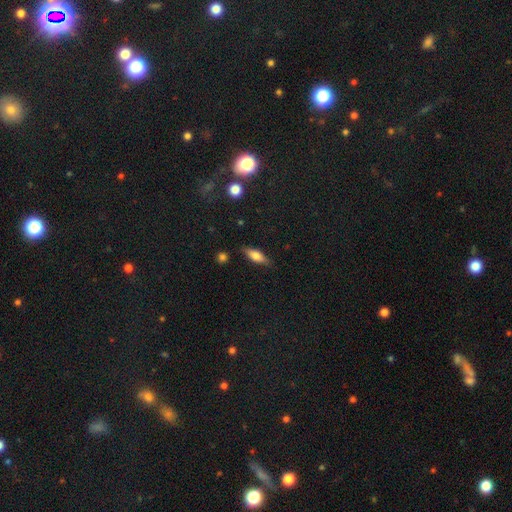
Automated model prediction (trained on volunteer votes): Smooth or featured? Predicted: smooth (p=0.62). How rounded? Predicted: in between (p=0.58). Merging? Predicted: none (p=0.82).